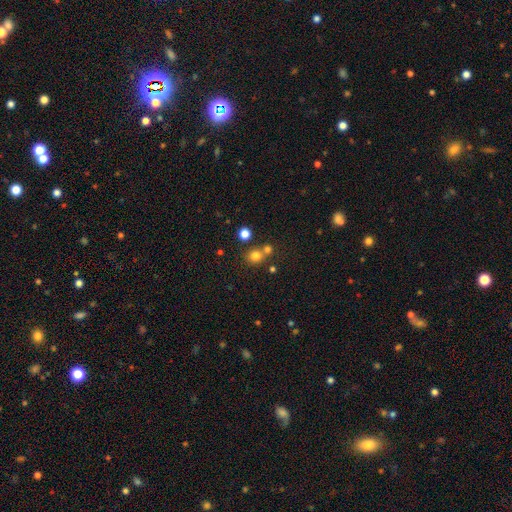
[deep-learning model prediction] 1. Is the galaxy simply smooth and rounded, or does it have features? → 76% smooth, 16% star or artifact, 8% featured or disk.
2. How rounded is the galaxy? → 85% round, 14% in between, 1% cigar-shaped.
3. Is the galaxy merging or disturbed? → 61% none, 29% merger, 7% minor disturbance, 3% major disturbance.